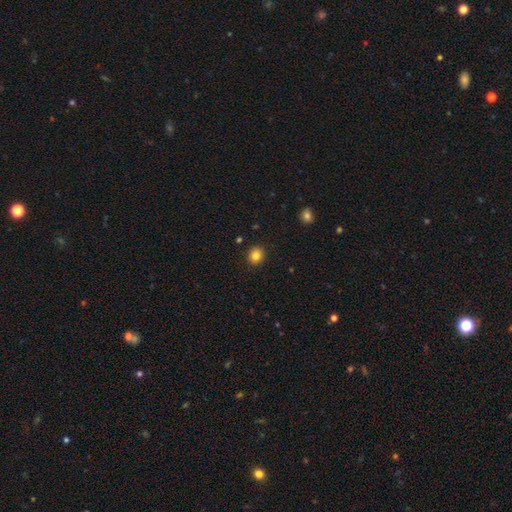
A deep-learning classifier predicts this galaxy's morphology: Smooth or featured: smooth — 83% (star or artifact — 11%)
How rounded: round — 86% (in between — 13%)
Merging: none — 91% (minor disturbance — 6%)